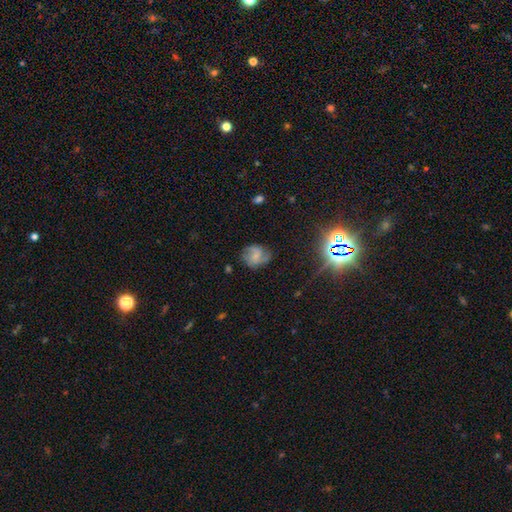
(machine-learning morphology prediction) Smooth or featured?
  - featured or disk: 52% *
  - smooth: 37%
  - star or artifact: 11%
Edge-on disk?
  - no: 97% *
  - yes: 3%
Bar?
  - no: 53% *
  - weak: 38%
  - strong: 10%
Spiral arms?
  - yes: 88% *
  - no: 12%
Bulge size?
  - small: 42% *
  - none: 29%
  - moderate: 24%
  - large: 3%
  - dominant: 1%
Merging?
  - none: 68% *
  - minor disturbance: 21%
  - major disturbance: 9%
  - merger: 2%